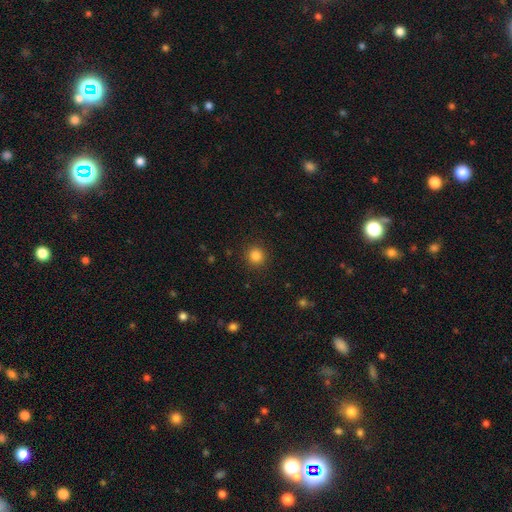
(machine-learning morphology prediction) Smooth or featured? Predicted: smooth (p=0.84). How rounded? Predicted: round (p=0.93). Merging? Predicted: none (p=0.91).